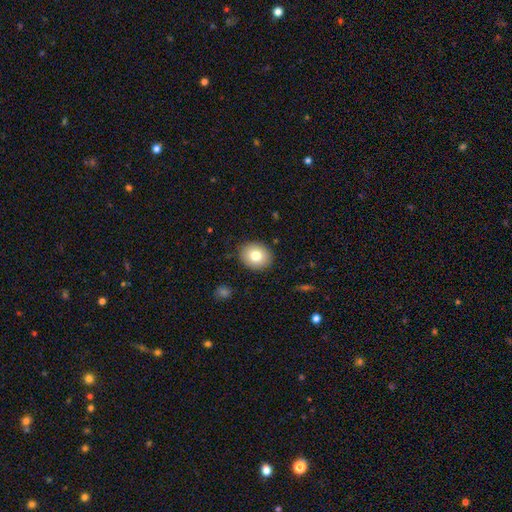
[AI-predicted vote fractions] The model was most divided on "how rounded": round: 64%, in between: 35%, cigar-shaped: 1%. More confident: merging — none (89%); smooth or featured — smooth (78%).